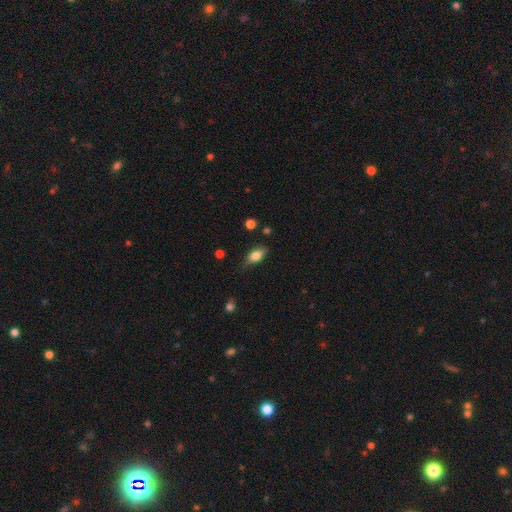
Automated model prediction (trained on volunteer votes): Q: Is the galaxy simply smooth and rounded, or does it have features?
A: smooth — 77%.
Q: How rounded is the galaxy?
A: in between — 84%.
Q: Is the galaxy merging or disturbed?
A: none — 69%.